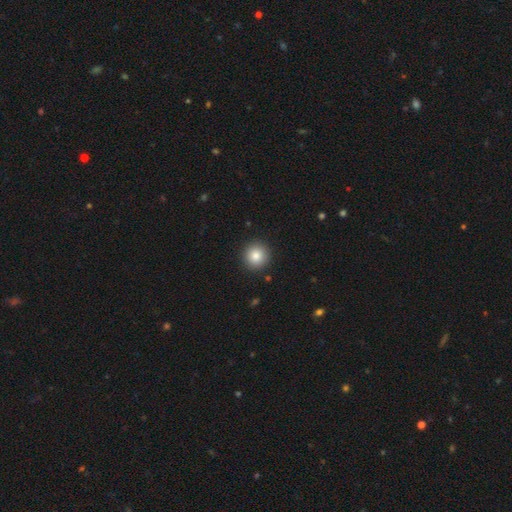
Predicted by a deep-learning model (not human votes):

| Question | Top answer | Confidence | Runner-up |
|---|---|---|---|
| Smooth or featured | smooth | 84% | star or artifact (9%) |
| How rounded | round | 94% | in between (5%) |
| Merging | none | 91% | minor disturbance (6%) |